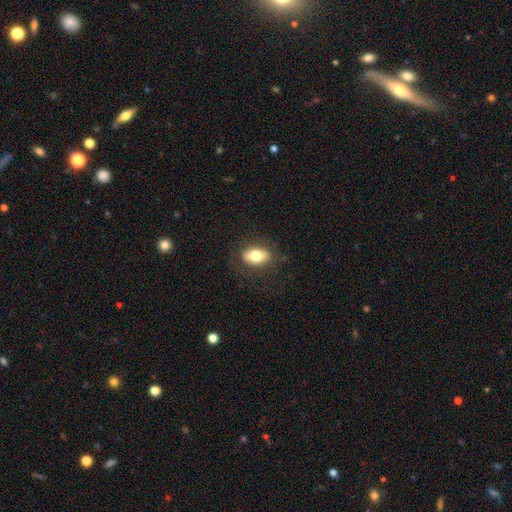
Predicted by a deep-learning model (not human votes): The model was most divided on "smooth or featured": smooth: 72%, featured or disk: 20%, star or artifact: 8%. More confident: how rounded — in between (85%); merging — none (82%).